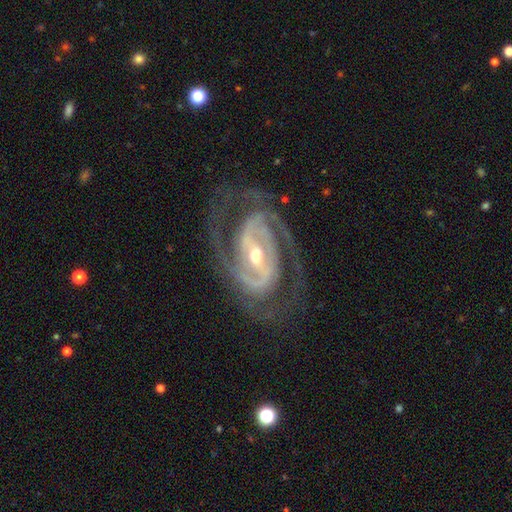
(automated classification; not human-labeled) The model was most divided on "spiral winding": tight: 49%, medium: 43%, loose: 8%. More confident: spiral arms — yes (98%); edge-on disk — no (97%); smooth or featured — featured or disk (93%); spiral arm count — 2 (80%); merging — none (74%); bulge size — moderate (60%); bar — strong (55%).